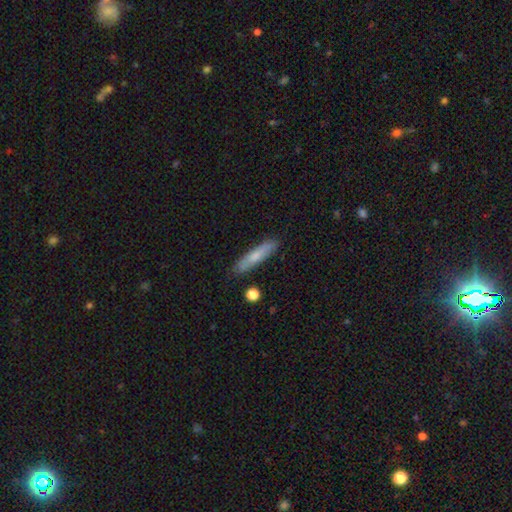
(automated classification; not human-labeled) Morphology: type=smooth (69%); roundness=cigar-shaped (87%); merging=none (85%).